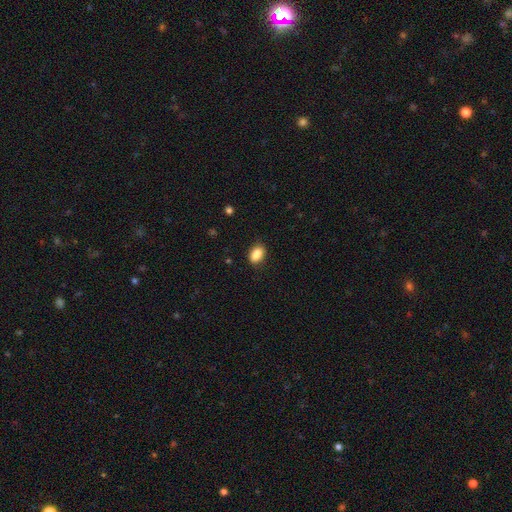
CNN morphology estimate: Smooth or featured?
  - smooth: 88% *
  - star or artifact: 8%
  - featured or disk: 4%
How rounded?
  - in between: 88% *
  - round: 10%
  - cigar-shaped: 2%
Merging?
  - none: 80% *
  - minor disturbance: 15%
  - major disturbance: 3%
  - merger: 2%